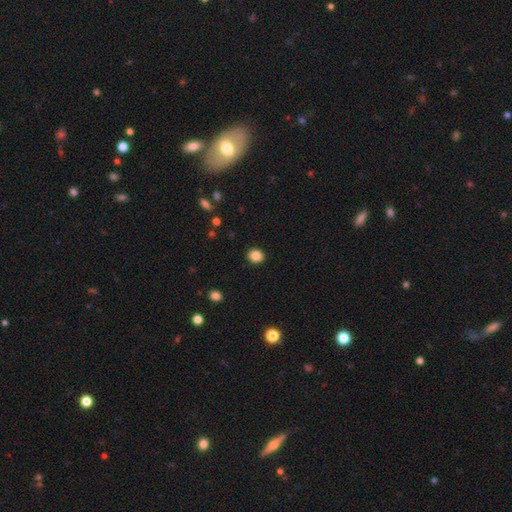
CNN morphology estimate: smooth_or_featured: smooth (p=0.86) [alt: star or artifact p=0.10]
how_rounded: round (p=0.77) [alt: in between p=0.22]
merging: none (p=0.91) [alt: minor disturbance p=0.06]